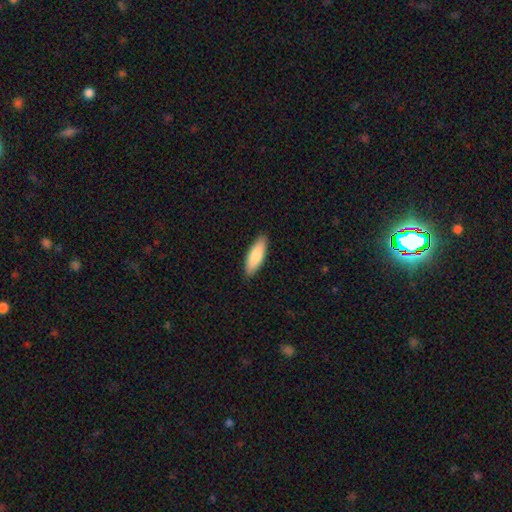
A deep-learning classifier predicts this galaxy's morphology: smooth-or-featured: smooth: 84% | featured or disk: 11% | star or artifact: 5%
  how-rounded: in between: 62% | cigar-shaped: 37% | round: 2%
  merging: none: 89% | minor disturbance: 9% | major disturbance: 2% | merger: 1%